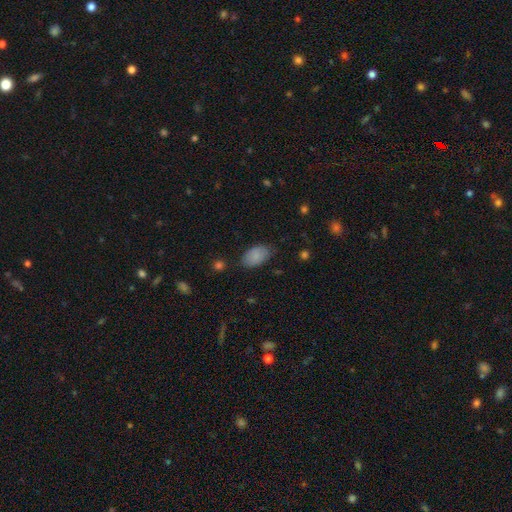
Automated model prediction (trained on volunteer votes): smooth_or_featured: smooth (p=0.86) [alt: star or artifact p=0.07]
how_rounded: in between (p=0.93) [alt: round p=0.05]
merging: none (p=0.75) [alt: minor disturbance p=0.19]